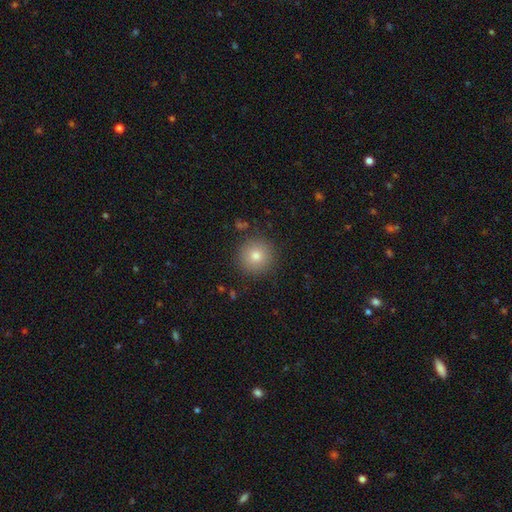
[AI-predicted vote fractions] smooth-or-featured: smooth: 78% | star or artifact: 12% | featured or disk: 9%
  how-rounded: round: 95% | in between: 4% | cigar-shaped: 1%
  merging: none: 89% | minor disturbance: 7% | major disturbance: 2% | merger: 2%